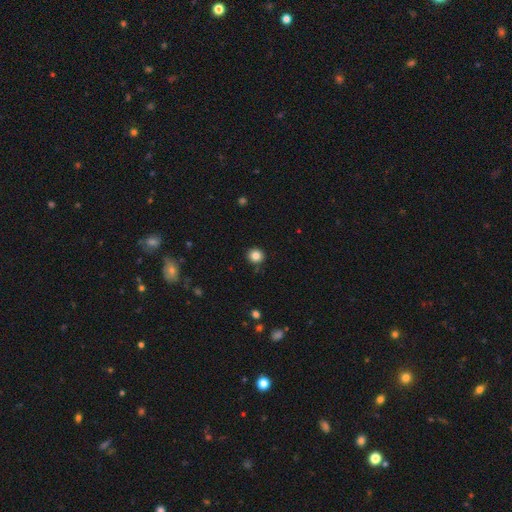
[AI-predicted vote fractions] The model was most divided on "smooth or featured": smooth: 84%, star or artifact: 11%, featured or disk: 5%. More confident: how rounded — round (90%); merging — none (90%).